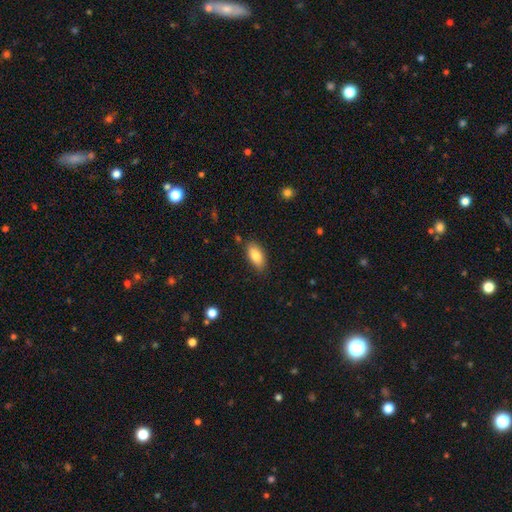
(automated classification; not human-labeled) Smooth or featured: smooth — 81% (featured or disk — 12%)
How rounded: in between — 89% (cigar-shaped — 8%)
Merging: none — 84% (minor disturbance — 12%)